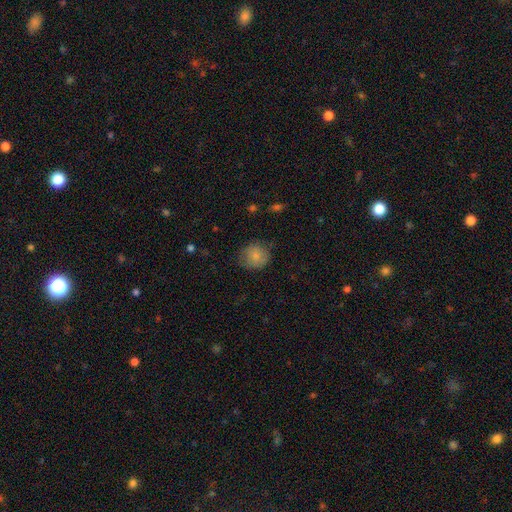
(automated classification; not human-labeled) Smooth or featured: smooth — 82% (featured or disk — 10%)
How rounded: round — 82% (in between — 17%)
Merging: none — 72% (minor disturbance — 22%)